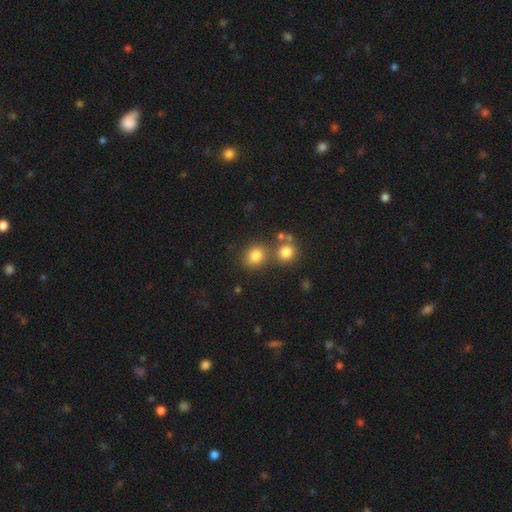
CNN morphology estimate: A smooth galaxy with no disk features (81%) that is round (74%). Merging: none (63%).